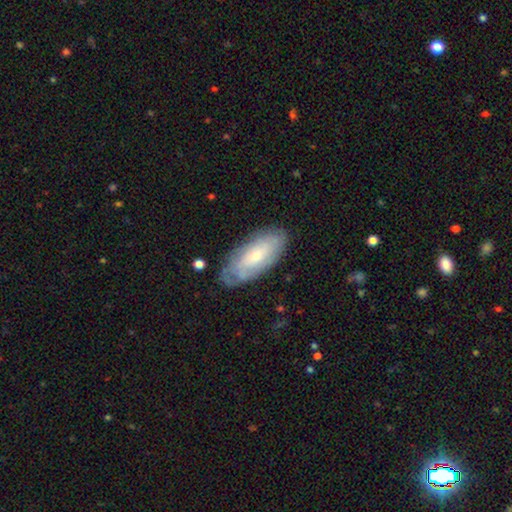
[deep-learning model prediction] featured or disk 55%, smooth 39%, star or artifact 7%. Down the decision tree: edge-on disk — no (87%); merging — none (74%).